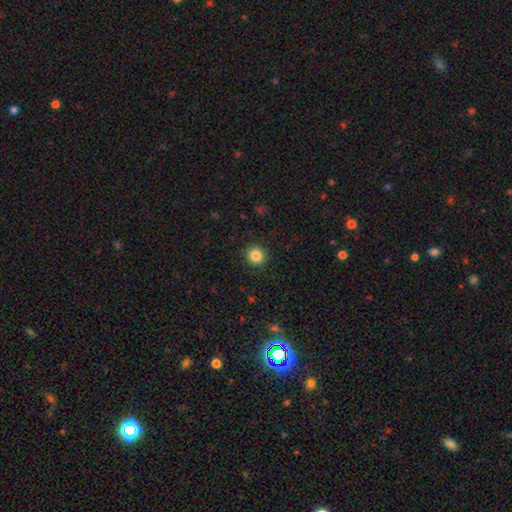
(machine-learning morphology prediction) This is clearly a smooth galaxy (85%). How rounded: clearly round (92%). Merging: clearly none (92%).